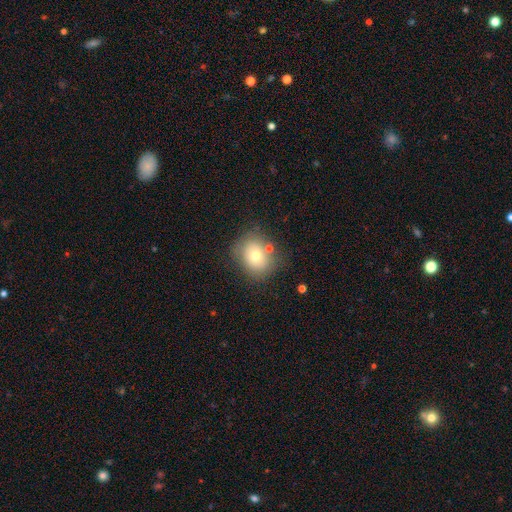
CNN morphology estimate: Smooth or featured: smooth — 71% (featured or disk — 18%)
How rounded: round — 63% (in between — 36%)
Merging: none — 71% (minor disturbance — 15%)